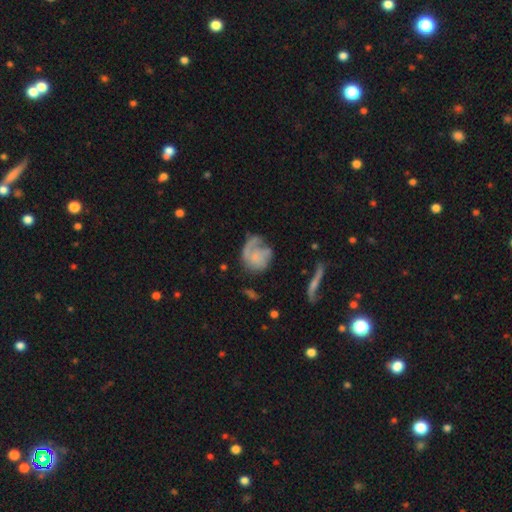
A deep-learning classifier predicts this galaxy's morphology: This is possibly a featured or disk galaxy (60%). It is clearly not viewed edge-on (97%). Bar: likely no (79%). Spiral arm pattern: likely yes (77%). Central bulge: possibly small (48%). Merging: marginally none (43%).